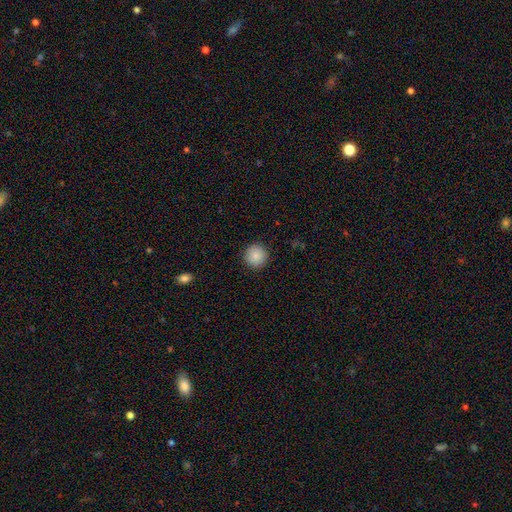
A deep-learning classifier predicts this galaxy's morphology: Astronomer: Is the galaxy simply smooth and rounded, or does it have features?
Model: smooth — 86%.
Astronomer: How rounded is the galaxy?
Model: round — 95%.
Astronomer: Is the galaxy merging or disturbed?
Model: none — 92%.